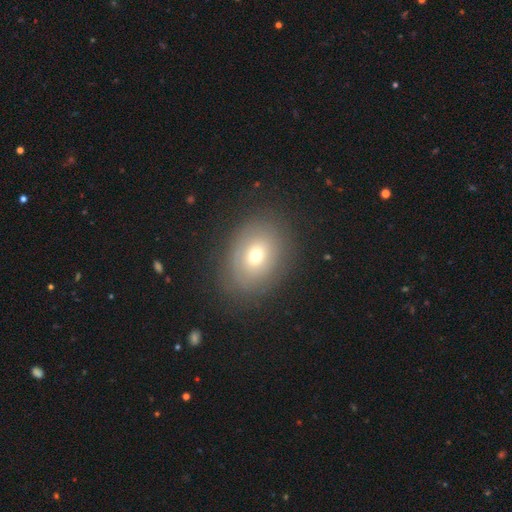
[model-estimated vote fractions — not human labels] The model was most divided on "smooth or featured": smooth: 57%, featured or disk: 32%, star or artifact: 11%. More confident: merging — none (81%); how rounded — in between (65%).